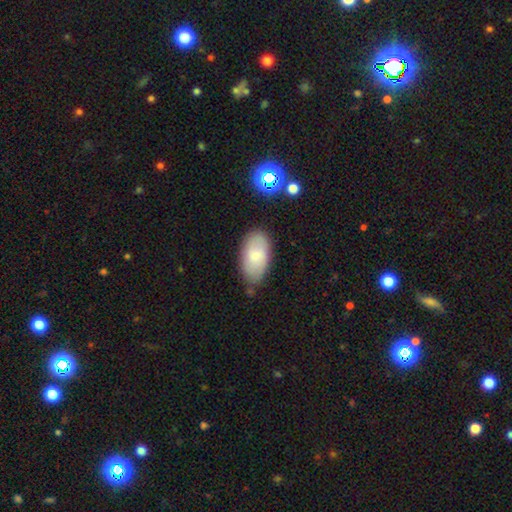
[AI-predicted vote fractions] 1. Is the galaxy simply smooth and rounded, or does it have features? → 74% smooth, 19% featured or disk, 7% star or artifact.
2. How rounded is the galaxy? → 95% in between, 3% round, 2% cigar-shaped.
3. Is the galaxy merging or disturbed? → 72% none, 20% minor disturbance, 4% major disturbance, 3% merger.